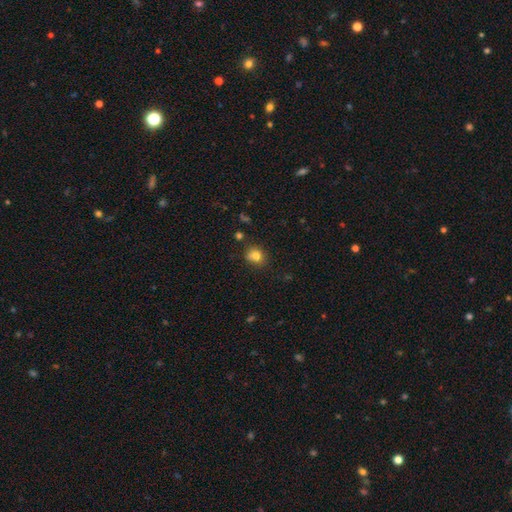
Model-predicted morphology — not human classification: smooth_or_featured: smooth (p=0.81) [alt: star or artifact p=0.12]
how_rounded: round (p=0.71) [alt: in between p=0.28]
merging: none (p=0.78) [alt: minor disturbance p=0.15]